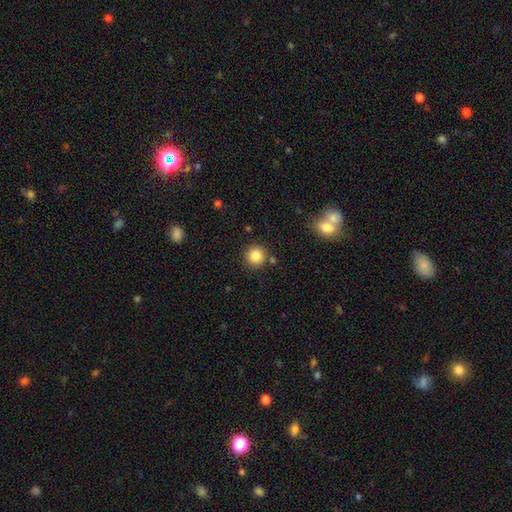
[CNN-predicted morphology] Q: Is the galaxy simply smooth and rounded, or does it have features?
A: smooth — 85%.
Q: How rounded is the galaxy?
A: round — 94%.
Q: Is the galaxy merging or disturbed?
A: none — 85%.